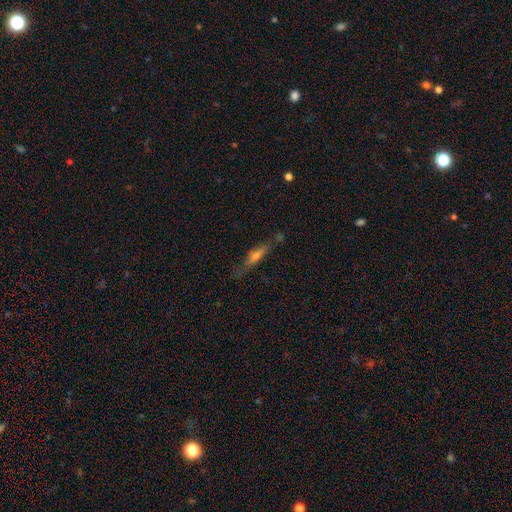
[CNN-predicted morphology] type=featured or disk (47%); merging=none (67%).